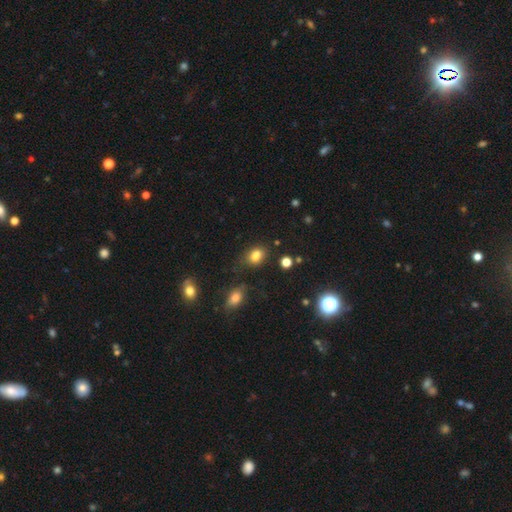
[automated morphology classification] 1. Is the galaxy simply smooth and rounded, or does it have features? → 81% smooth, 12% star or artifact, 7% featured or disk.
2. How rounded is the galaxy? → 67% in between, 32% round, 1% cigar-shaped.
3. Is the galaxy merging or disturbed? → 68% none, 20% minor disturbance, 7% merger, 5% major disturbance.